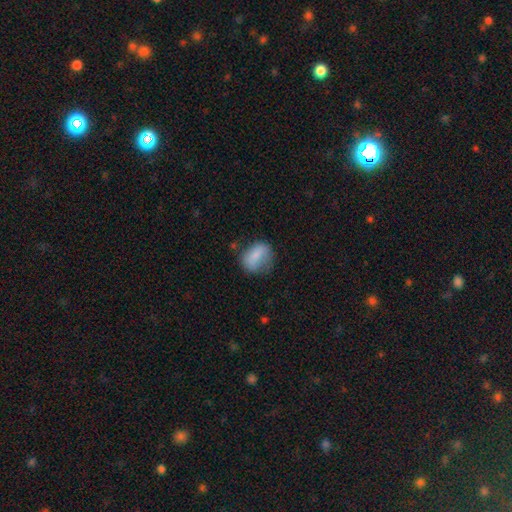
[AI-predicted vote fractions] smooth-or-featured: smooth: 76% | featured or disk: 15% | star or artifact: 8%
  how-rounded: in between: 60% | round: 38% | cigar-shaped: 2%
  merging: none: 52% | minor disturbance: 31% | major disturbance: 14% | merger: 3%